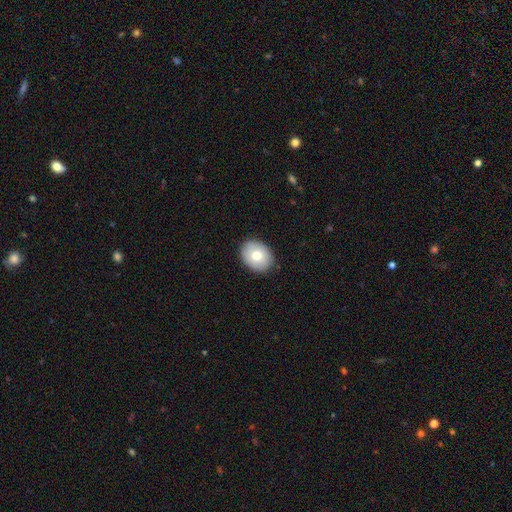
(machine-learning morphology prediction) A smooth galaxy with no disk features (76%) that is in between round and cigar-shaped (58%). Merging: none (88%).